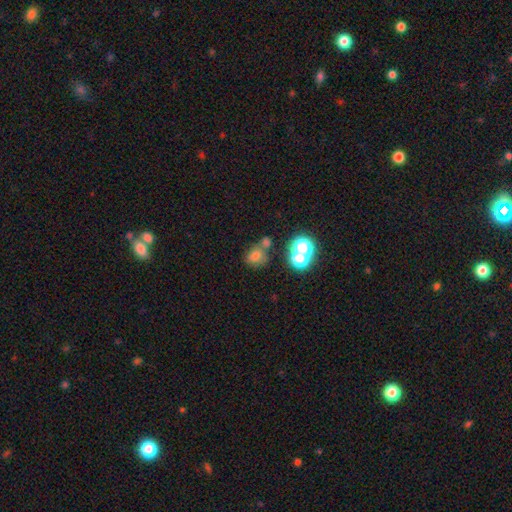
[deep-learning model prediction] Overall: smooth (65%). How rounded: round (65%; in between 34%). Merging: none (54%; merger 26%).